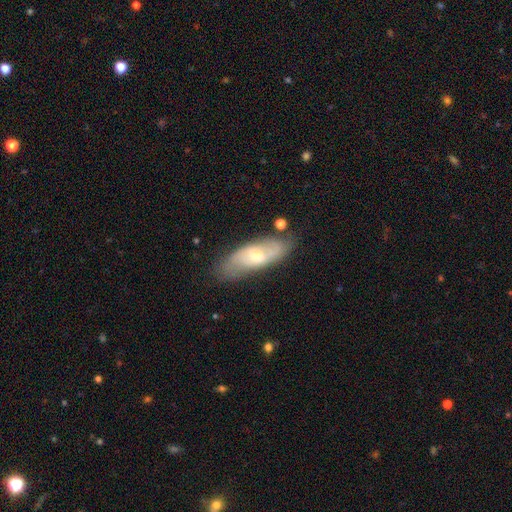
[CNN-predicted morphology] featured or disk 58%, smooth 35%, star or artifact 7%. Down the decision tree: edge-on disk — no (83%); merging — none (73%).